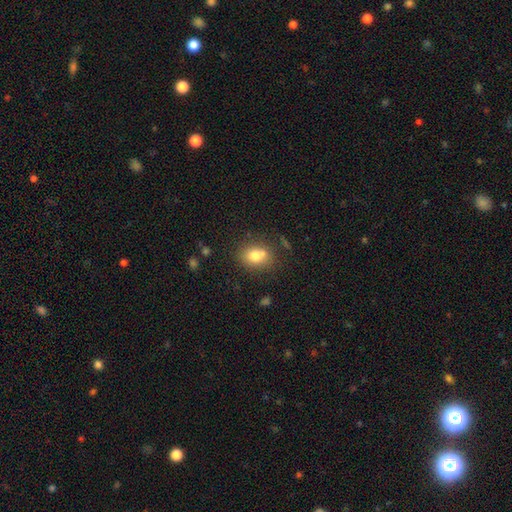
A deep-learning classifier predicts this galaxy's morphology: Q: Smooth or featured?
A: smooth (75%); runner-up: featured or disk (14%)
Q: How rounded?
A: in between (53%); runner-up: round (46%)
Q: Merging?
A: none (61%); runner-up: merger (17%)